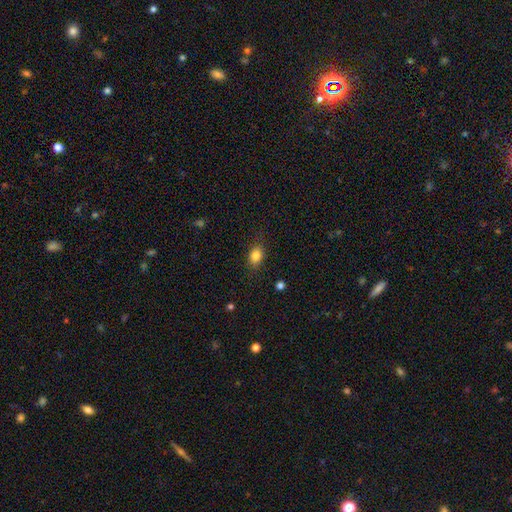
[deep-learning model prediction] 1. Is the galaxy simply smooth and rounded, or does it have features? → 83% smooth, 10% star or artifact, 7% featured or disk.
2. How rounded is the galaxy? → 75% in between, 23% round, 2% cigar-shaped.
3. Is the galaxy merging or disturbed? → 83% none, 12% minor disturbance, 3% major disturbance, 1% merger.